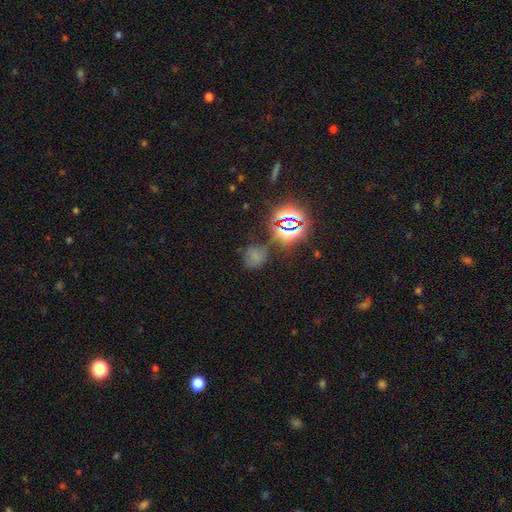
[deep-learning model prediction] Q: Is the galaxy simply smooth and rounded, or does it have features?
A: smooth — 54%.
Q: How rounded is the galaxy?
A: round — 76%.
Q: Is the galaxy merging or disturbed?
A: none — 65%.